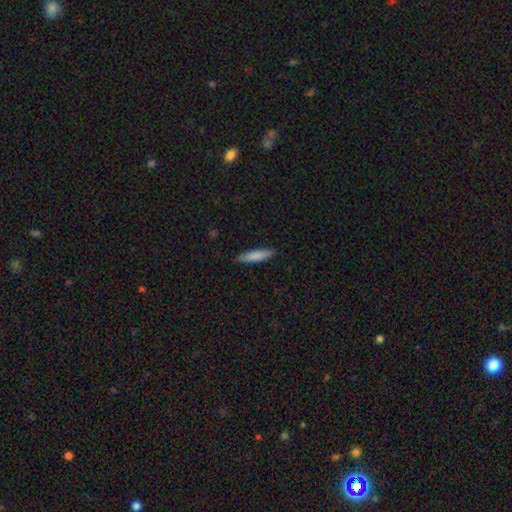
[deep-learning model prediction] A smooth galaxy with no disk features (84%) that is cigar-shaped (76%).

Vote fractions:
- Smooth or featured? smooth: 84% / featured or disk: 10% / star or artifact: 5%
- How rounded? cigar-shaped: 76% / in between: 22% / round: 1%
- Merging? none: 88% / minor disturbance: 9% / major disturbance: 2% / merger: 1%